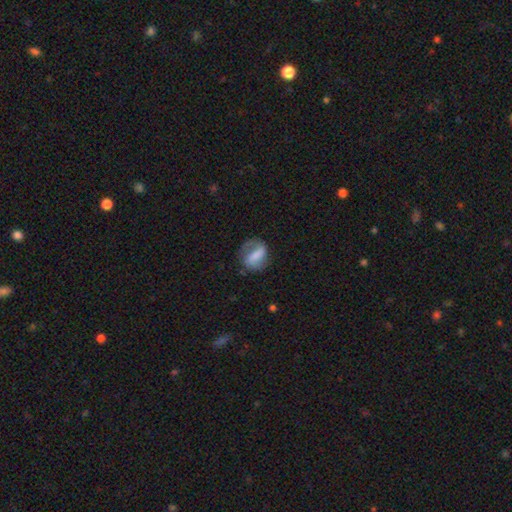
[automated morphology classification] smooth-or-featured: featured or disk: 48% | smooth: 44% | star or artifact: 8%
  merging: none: 59% | minor disturbance: 23% | major disturbance: 16% | merger: 2%